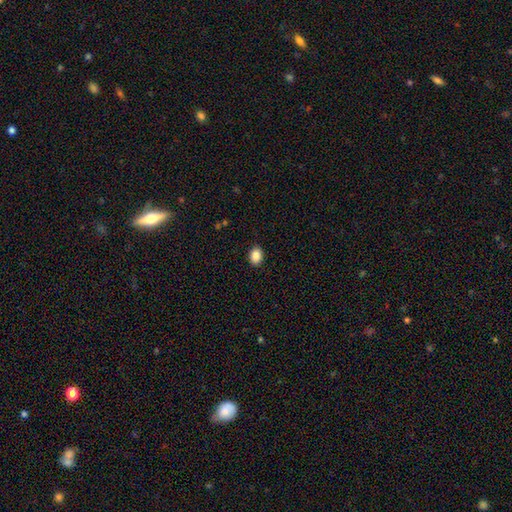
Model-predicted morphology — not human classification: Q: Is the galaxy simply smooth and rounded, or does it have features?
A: smooth — 88%.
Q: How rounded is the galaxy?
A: in between — 70%.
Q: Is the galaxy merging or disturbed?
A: none — 90%.